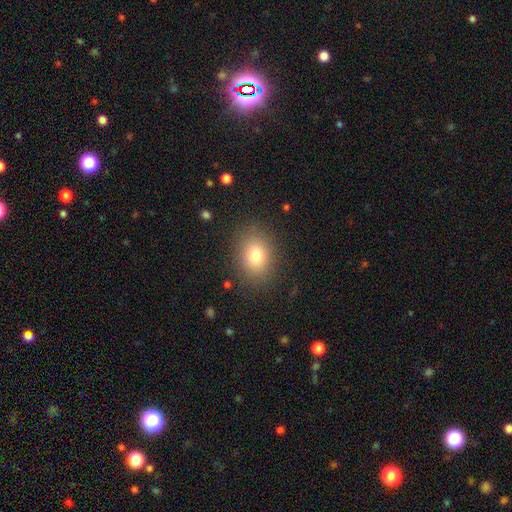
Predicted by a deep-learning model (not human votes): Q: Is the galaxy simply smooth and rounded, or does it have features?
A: smooth — 77%.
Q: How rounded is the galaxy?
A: in between — 56%.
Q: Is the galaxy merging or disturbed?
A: none — 85%.